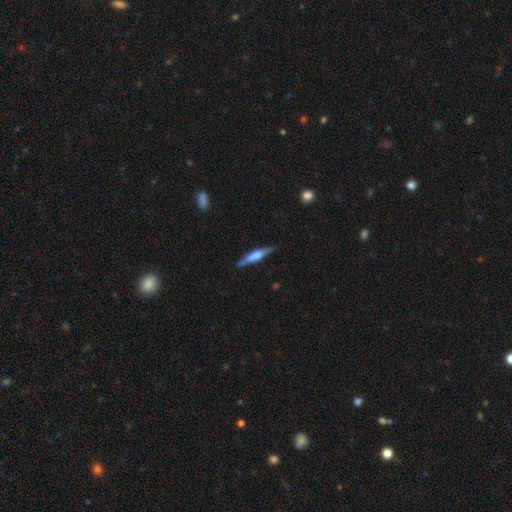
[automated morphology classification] type=featured or disk (62%); edge-on=yes (96%); edge-on bulge=rounded (70%); merging=none (83%).